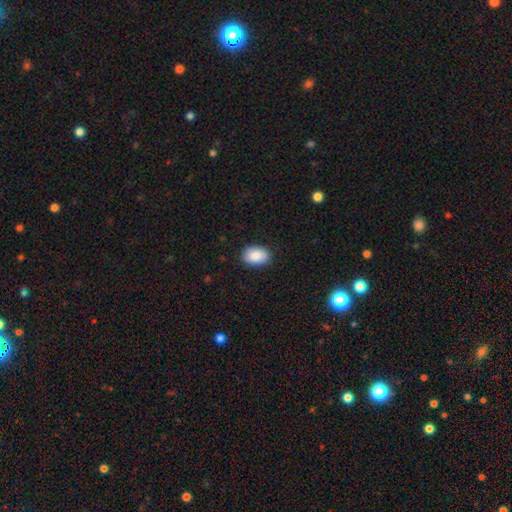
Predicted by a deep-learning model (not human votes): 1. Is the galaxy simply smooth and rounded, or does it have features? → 88% smooth, 7% star or artifact, 5% featured or disk.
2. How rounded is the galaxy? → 87% in between, 12% round, 1% cigar-shaped.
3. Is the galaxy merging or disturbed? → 87% none, 10% minor disturbance, 2% major disturbance, 1% merger.